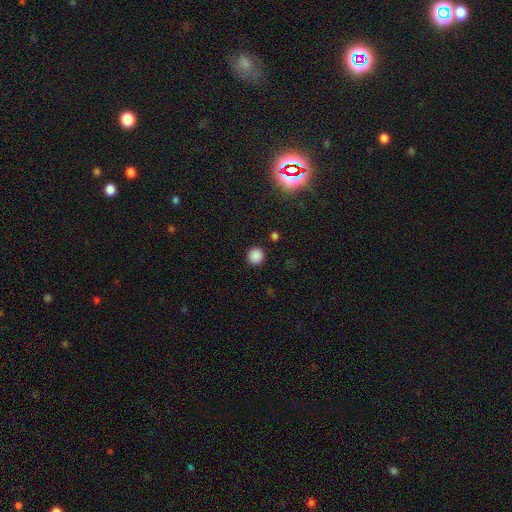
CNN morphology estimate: Smooth or featured?
  - smooth: 85% *
  - star or artifact: 12%
  - featured or disk: 3%
How rounded?
  - round: 93% *
  - in between: 6%
  - cigar-shaped: 1%
Merging?
  - none: 91% *
  - minor disturbance: 5%
  - major disturbance: 2%
  - merger: 2%